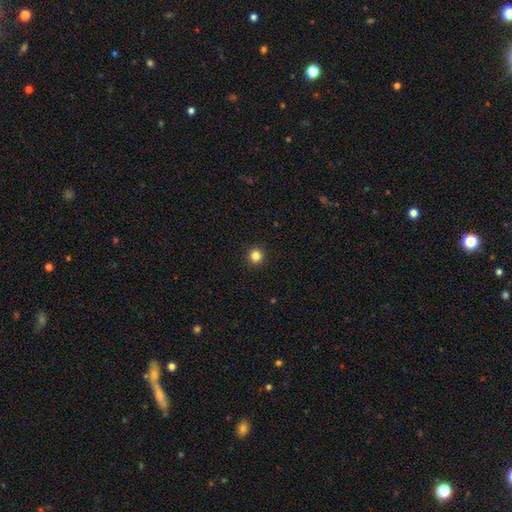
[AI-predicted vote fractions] Smooth or featured?
  - smooth: 84% *
  - star or artifact: 12%
  - featured or disk: 4%
How rounded?
  - round: 95% *
  - in between: 4%
  - cigar-shaped: 1%
Merging?
  - none: 93% *
  - minor disturbance: 5%
  - major disturbance: 2%
  - merger: 1%